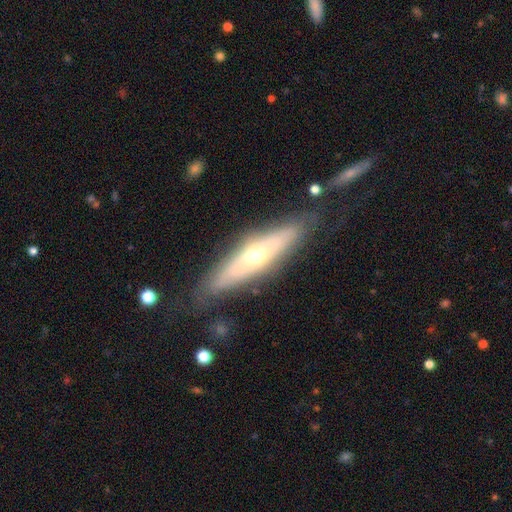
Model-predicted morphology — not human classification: Q: Smooth or featured?
A: featured or disk (58%); runner-up: smooth (35%)
Q: Edge-on disk?
A: yes (59%); runner-up: no (41%)
Q: Merging?
A: none (75%); runner-up: minor disturbance (16%)